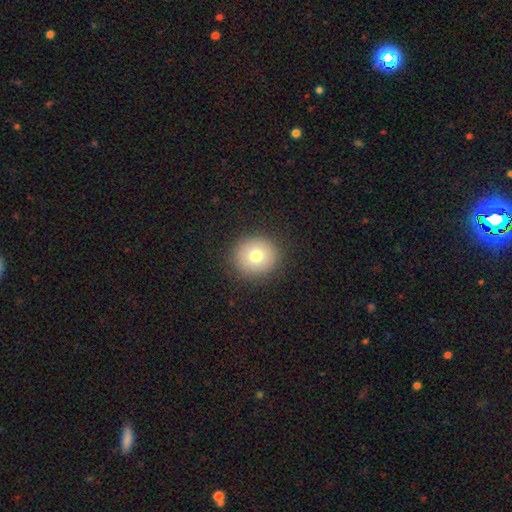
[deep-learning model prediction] smooth-or-featured: smooth: 74% | featured or disk: 14% | star or artifact: 12%
  how-rounded: round: 92% | in between: 7% | cigar-shaped: 1%
  merging: none: 90% | minor disturbance: 6% | major disturbance: 3% | merger: 1%